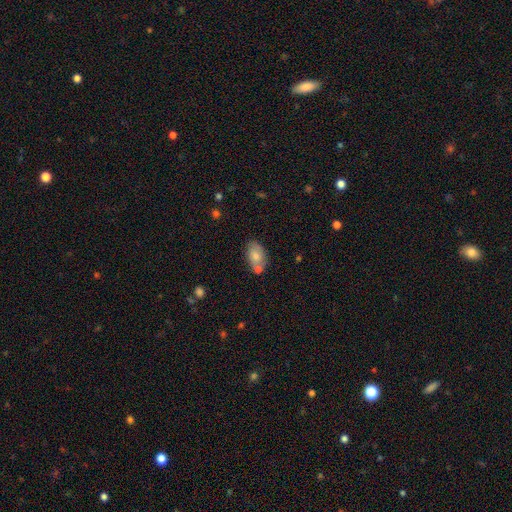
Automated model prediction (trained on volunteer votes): Morphology: type=smooth (76%); roundness=in between (90%); merging=none (60%).